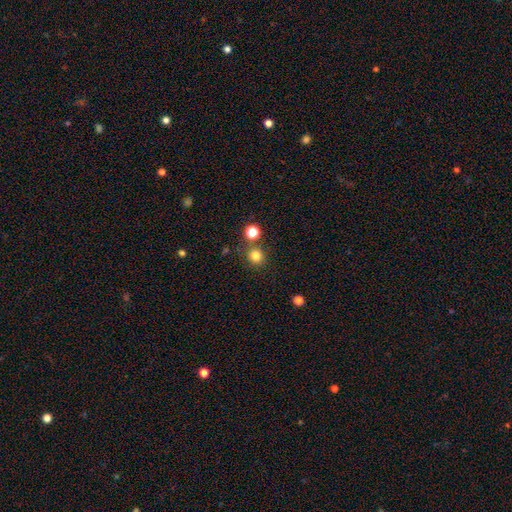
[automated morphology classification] smooth_or_featured: smooth (p=0.80) [alt: star or artifact p=0.15]
how_rounded: round (p=0.89) [alt: in between p=0.10]
merging: none (p=0.82) [alt: merger p=0.08]